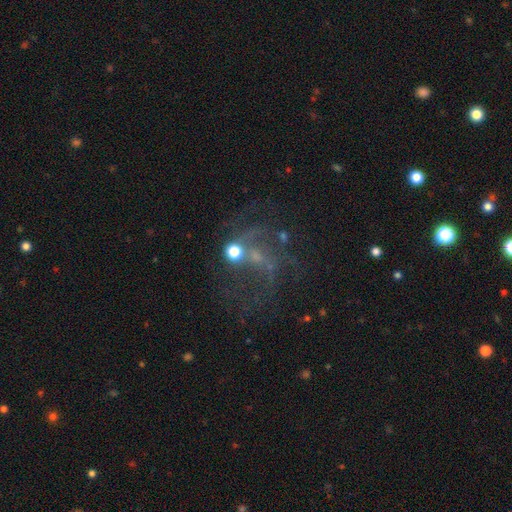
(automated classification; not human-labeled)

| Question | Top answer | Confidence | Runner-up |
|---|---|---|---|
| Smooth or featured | featured or disk | 57% | star or artifact (28%) |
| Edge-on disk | no | 97% | yes (3%) |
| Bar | no | 69% | weak (24%) |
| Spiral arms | yes | 57% | no (43%) |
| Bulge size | small | 45% | none (28%) |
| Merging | none | 41% | major disturbance (32%) |